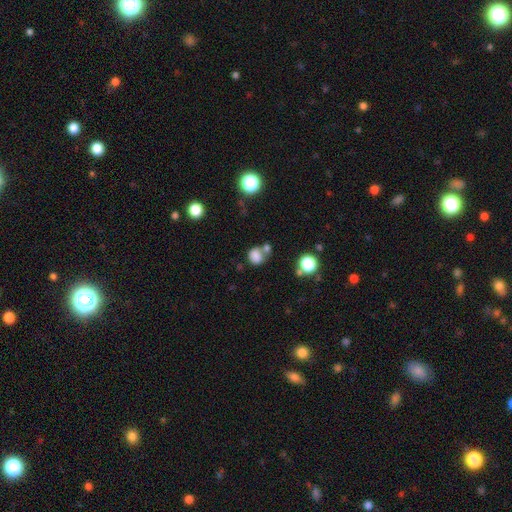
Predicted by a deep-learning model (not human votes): Morphology: type=smooth (79%); roundness=round (66%); merging=none (46%).